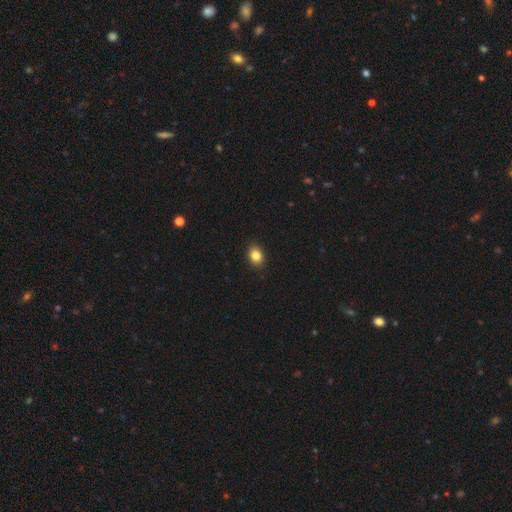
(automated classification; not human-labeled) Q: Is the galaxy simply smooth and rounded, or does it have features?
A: smooth — 85%.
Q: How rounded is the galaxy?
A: in between — 67%.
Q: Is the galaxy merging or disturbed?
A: none — 90%.